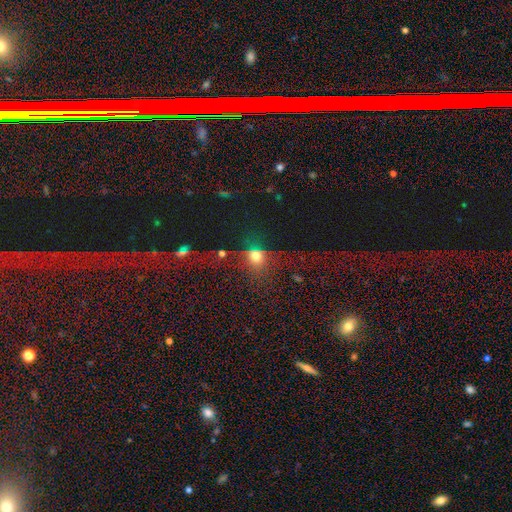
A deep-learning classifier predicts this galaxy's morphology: smooth-or-featured: smooth: 51% | star or artifact: 33% | featured or disk: 16%
  how-rounded: round: 73% | in between: 23% | cigar-shaped: 4%
  merging: none: 49% | major disturbance: 23% | minor disturbance: 16% | merger: 13%